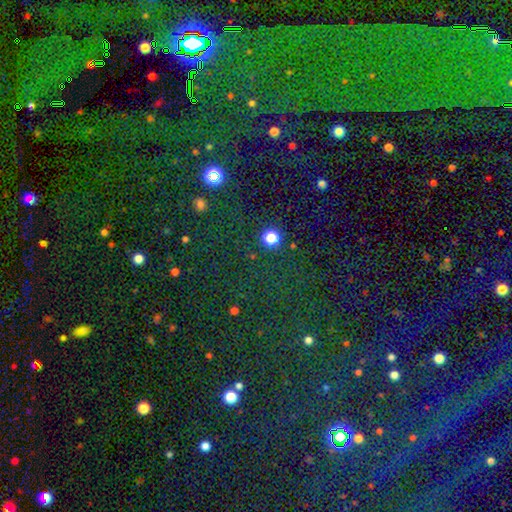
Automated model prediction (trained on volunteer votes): Smooth or featured?
  - star or artifact: 74% *
  - smooth: 18%
  - featured or disk: 8%